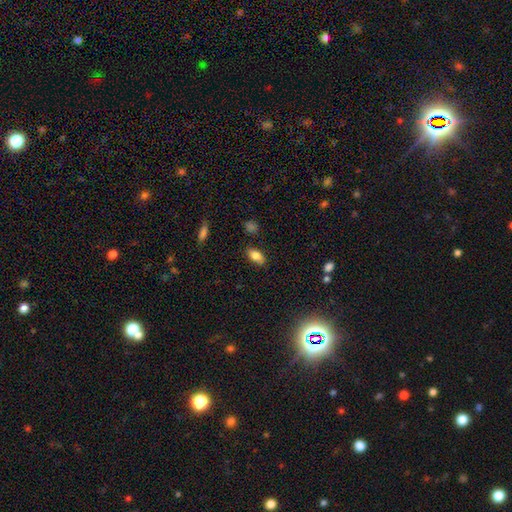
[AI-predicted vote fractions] Smooth or featured? smooth (81%)
How rounded? in between (88%)
Merging? none (83%)